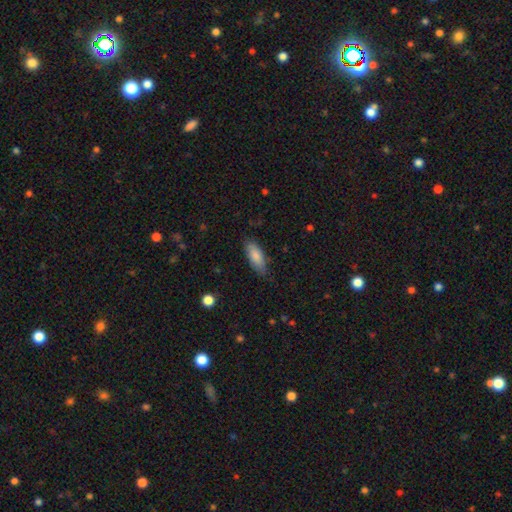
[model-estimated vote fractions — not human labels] A smooth galaxy with no disk features (84%) that is in between round and cigar-shaped (73%). Merging: none (77%).